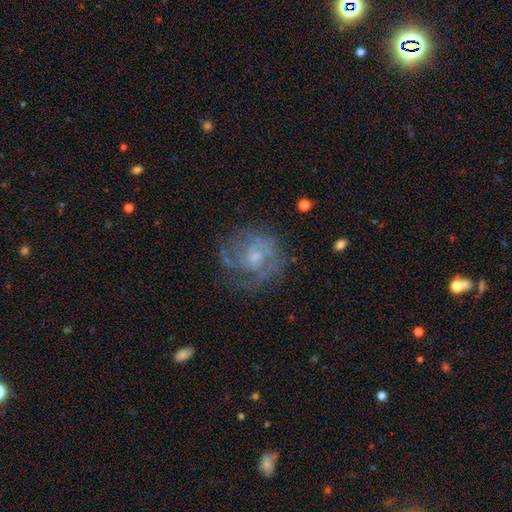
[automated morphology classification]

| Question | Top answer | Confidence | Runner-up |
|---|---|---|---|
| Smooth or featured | featured or disk | 79% | smooth (14%) |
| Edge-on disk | no | 98% | yes (2%) |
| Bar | no | 66% | weak (30%) |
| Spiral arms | yes | 90% | no (10%) |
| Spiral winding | tight | 51% | medium (38%) |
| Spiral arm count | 2 | 37% | can't tell (28%) |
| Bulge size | small | 56% | moderate (33%) |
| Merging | none | 65% | minor disturbance (19%) |